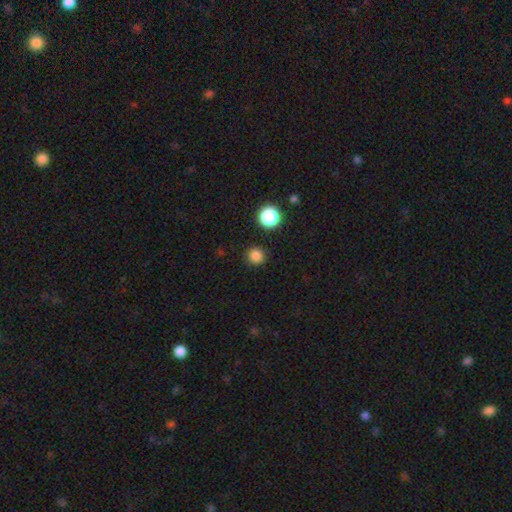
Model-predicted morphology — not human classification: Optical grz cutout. It shows a smooth galaxy with no disk features (83%) that is round (93%). Merging: none (90%).